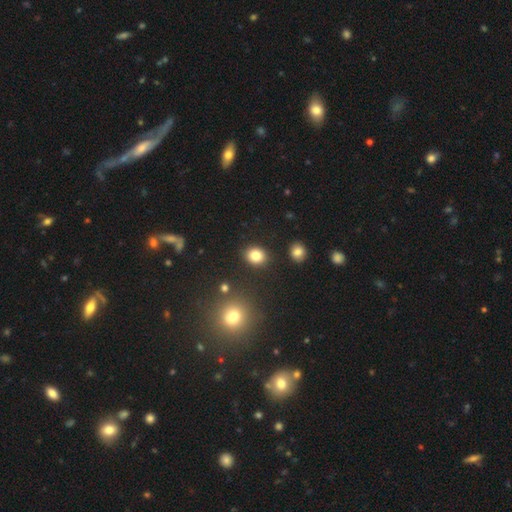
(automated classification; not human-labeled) smooth-or-featured: smooth: 84% | star or artifact: 10% | featured or disk: 6%
  how-rounded: round: 57% | in between: 42% | cigar-shaped: 1%
  merging: none: 88% | minor disturbance: 7% | merger: 3% | major disturbance: 2%